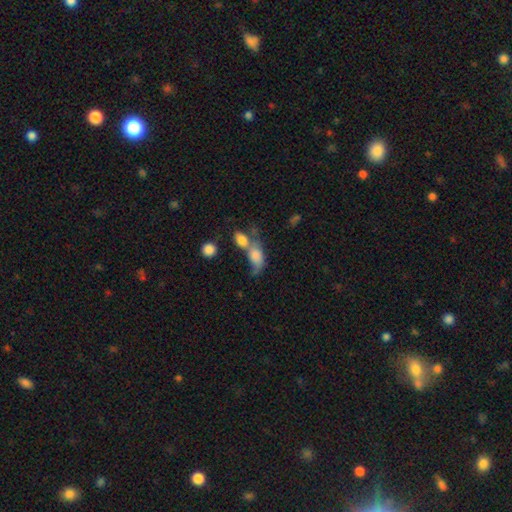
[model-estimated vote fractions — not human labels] A smooth galaxy with no disk features (71%) that is in between round and cigar-shaped (80%).

Vote fractions:
- Smooth or featured? smooth: 71% / featured or disk: 19% / star or artifact: 10%
- How rounded? in between: 80% / round: 14% / cigar-shaped: 6%
- Merging? merger: 62% / none: 15% / major disturbance: 13% / minor disturbance: 10%